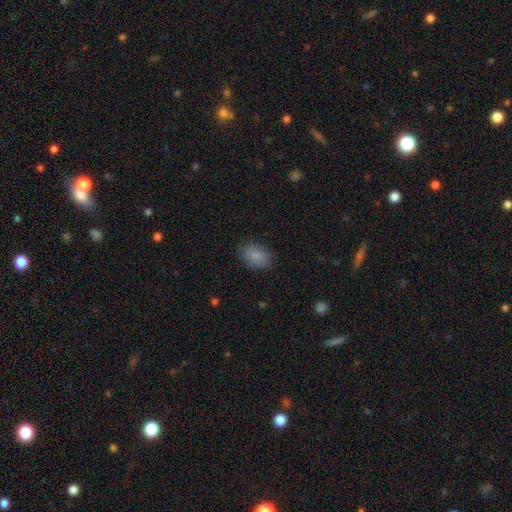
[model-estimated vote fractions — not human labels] A smooth galaxy with no disk features (87%) that is in between round and cigar-shaped (85%).

Vote fractions:
- Smooth or featured? smooth: 87% / star or artifact: 8% / featured or disk: 5%
- How rounded? in between: 85% / round: 14% / cigar-shaped: 1%
- Merging? none: 83% / minor disturbance: 13% / major disturbance: 3% / merger: 1%